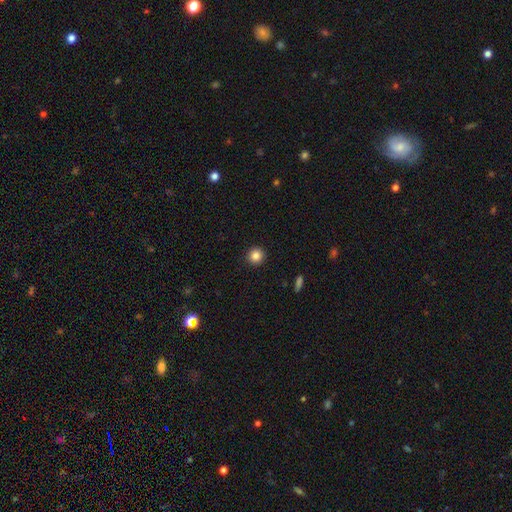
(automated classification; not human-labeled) Overall: smooth (85%). How rounded: round (94%). Merging: none (93%).